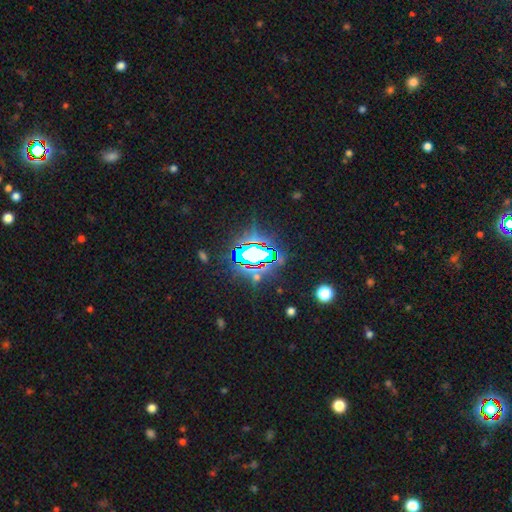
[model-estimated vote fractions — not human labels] A star or artifact, not a galaxy (74%).

Vote fractions:
- Smooth or featured? star or artifact: 74% / smooth: 14% / featured or disk: 11%